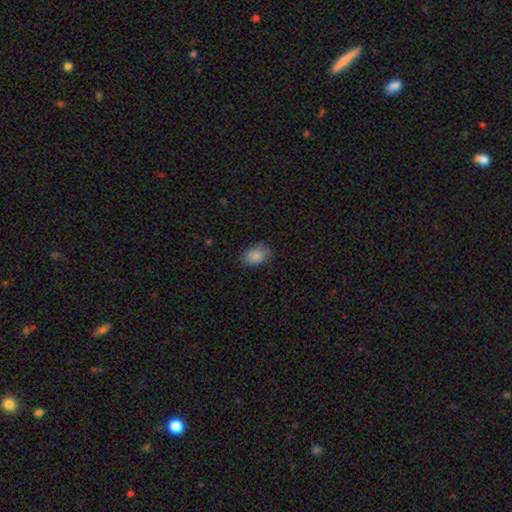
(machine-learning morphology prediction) A smooth galaxy with no disk features (87%) that is in between round and cigar-shaped (84%).

Vote fractions:
- Smooth or featured? smooth: 87% / star or artifact: 8% / featured or disk: 5%
- How rounded? in between: 84% / round: 15% / cigar-shaped: 1%
- Merging? none: 81% / minor disturbance: 15% / major disturbance: 3% / merger: 1%